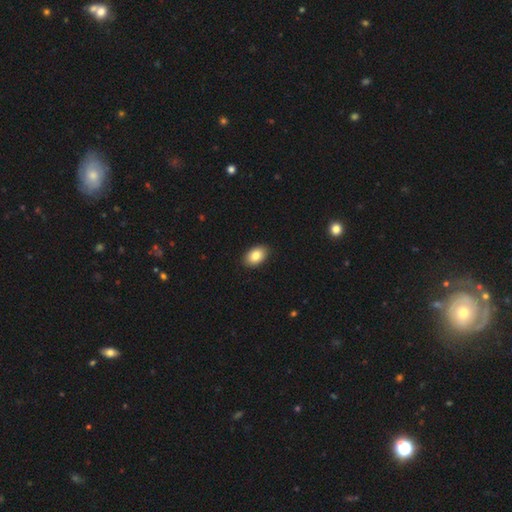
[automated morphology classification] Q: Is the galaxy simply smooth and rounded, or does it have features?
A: smooth — 83%.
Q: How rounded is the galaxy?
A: in between — 88%.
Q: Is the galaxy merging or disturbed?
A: none — 90%.